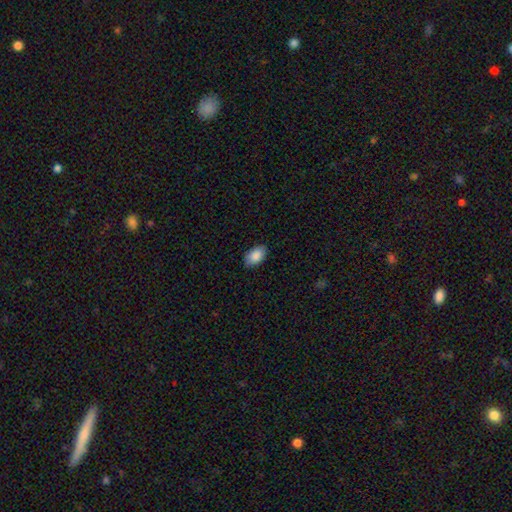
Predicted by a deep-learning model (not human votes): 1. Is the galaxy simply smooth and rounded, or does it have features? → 89% smooth, 7% star or artifact, 5% featured or disk.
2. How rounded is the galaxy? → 93% in between, 6% round, 1% cigar-shaped.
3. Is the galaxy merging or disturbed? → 86% none, 11% minor disturbance, 2% major disturbance, 1% merger.